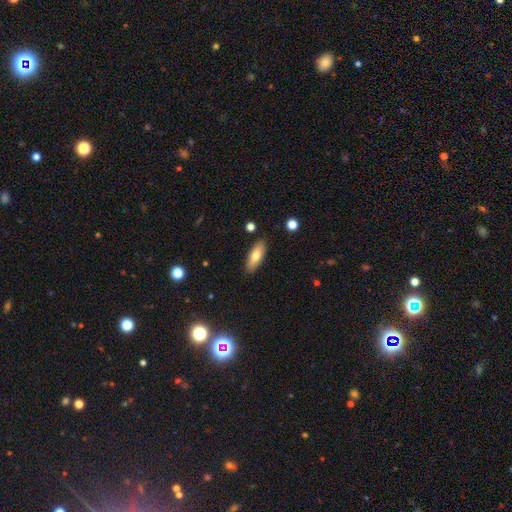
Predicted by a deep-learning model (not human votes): smooth-or-featured: smooth: 71% | featured or disk: 22% | star or artifact: 7%
  how-rounded: in between: 67% | cigar-shaped: 31% | round: 3%
  merging: none: 87% | minor disturbance: 9% | major disturbance: 2% | merger: 2%